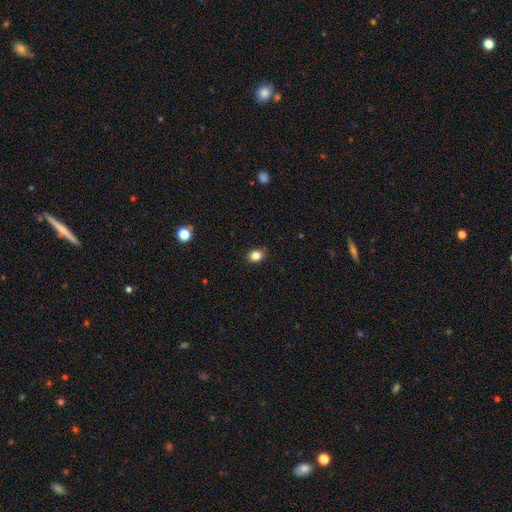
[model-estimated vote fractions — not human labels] Smooth or featured? smooth (84%)
How rounded? in between (53%)
Merging? none (79%)